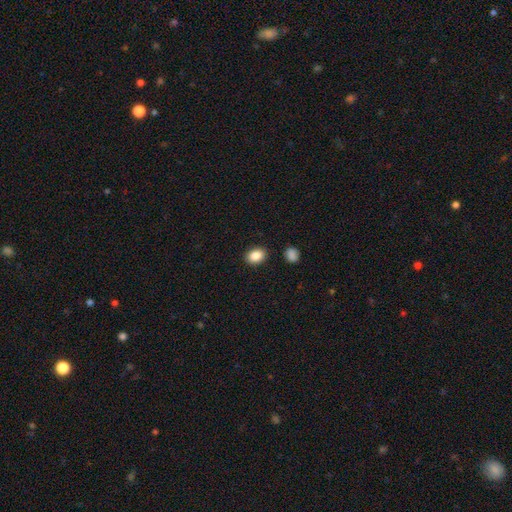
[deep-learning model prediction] Overall: smooth (87%). How rounded: in between (70%). Merging: none (88%).